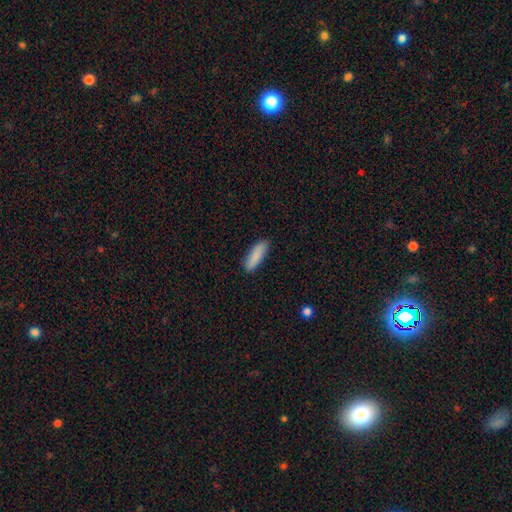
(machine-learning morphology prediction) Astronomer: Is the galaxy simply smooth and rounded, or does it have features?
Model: smooth — 89%.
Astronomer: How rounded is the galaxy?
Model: cigar-shaped — 50% (runner-up: in between, 48%).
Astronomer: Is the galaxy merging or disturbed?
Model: none — 88%.